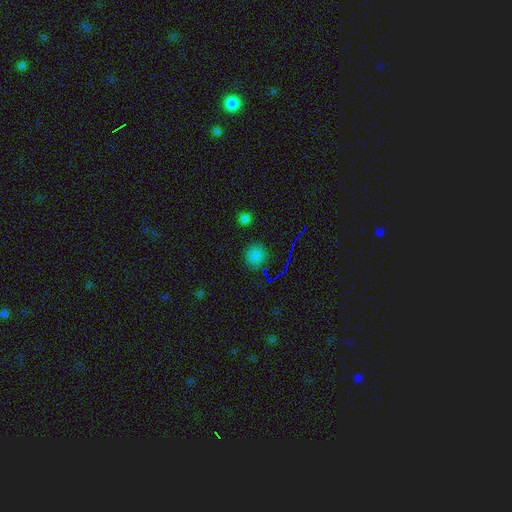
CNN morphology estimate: This appears to be a smooth galaxy with no disk features (75%) that is round (89%). Merging: none (88%).